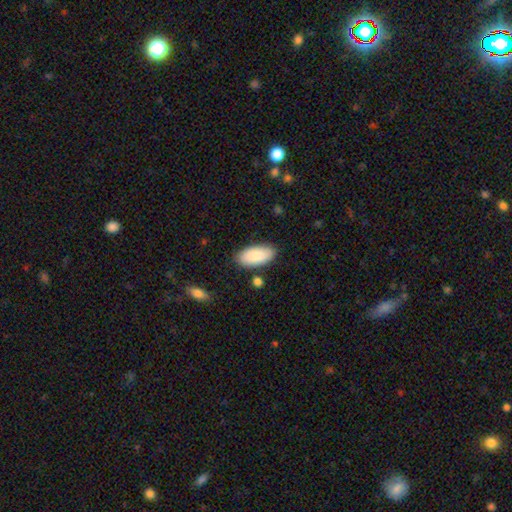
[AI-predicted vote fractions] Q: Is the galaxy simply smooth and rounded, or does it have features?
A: smooth — 87%.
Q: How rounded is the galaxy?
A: in between — 93%.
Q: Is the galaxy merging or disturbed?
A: none — 83%.